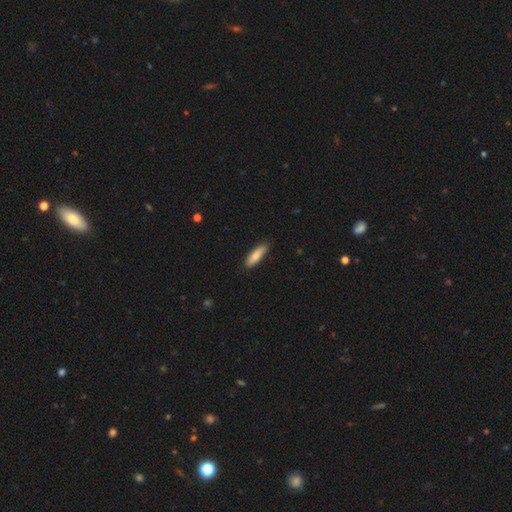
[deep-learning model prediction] A smooth galaxy with no disk features (79%) that is cigar-shaped (52%). Merging: none (82%).